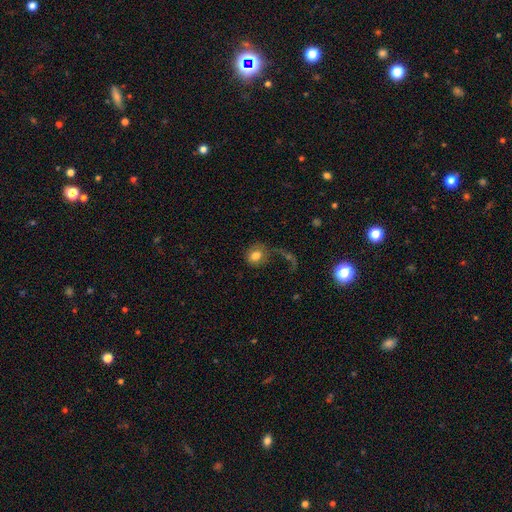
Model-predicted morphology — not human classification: Overall: smooth (76%). How rounded: round (74%). Merging: none (44%; major disturbance 34%).